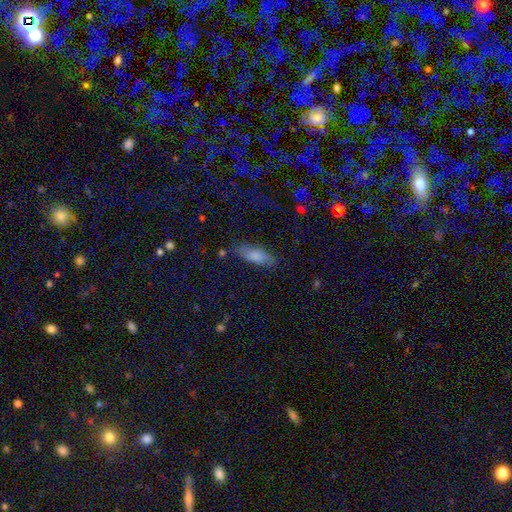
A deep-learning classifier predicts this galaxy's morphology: The model was most divided on "how rounded": in between: 68%, cigar-shaped: 30%, round: 2%. More confident: smooth or featured — smooth (80%); merging — none (75%).